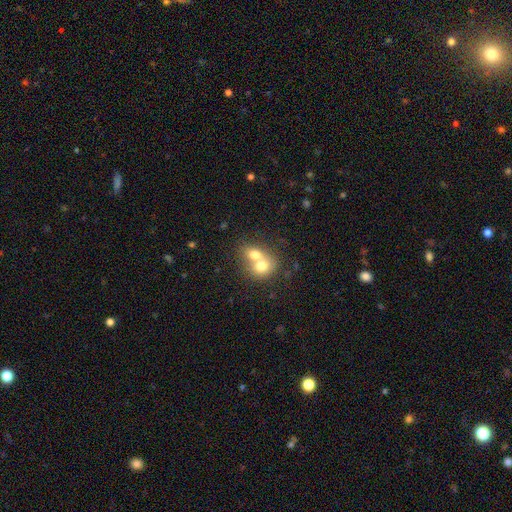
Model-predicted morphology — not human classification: type=smooth (68%); roundness=round (60%); merging=merger (72%).